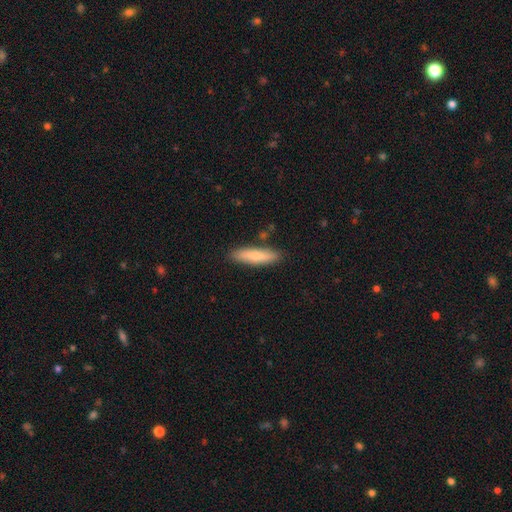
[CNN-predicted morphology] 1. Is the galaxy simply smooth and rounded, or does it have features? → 73% smooth, 21% featured or disk, 6% star or artifact.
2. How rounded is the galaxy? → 75% cigar-shaped, 24% in between, 2% round.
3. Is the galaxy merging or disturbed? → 86% none, 10% minor disturbance, 2% merger, 2% major disturbance.